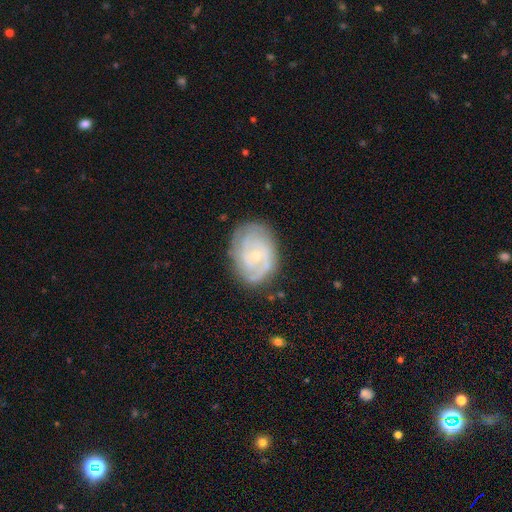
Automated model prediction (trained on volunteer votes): Smooth or featured?
  - featured or disk: 81% *
  - smooth: 13%
  - star or artifact: 6%
Edge-on disk?
  - no: 97% *
  - yes: 3%
Bar?
  - no: 74% *
  - weak: 23%
  - strong: 4%
Spiral arms?
  - yes: 93% *
  - no: 7%
Spiral winding?
  - tight: 66% *
  - medium: 27%
  - loose: 7%
Spiral arm count?
  - 2: 34% *
  - can't tell: 32%
  - 3: 18%
  - 1: 6%
  - 4: 6%
  - more than 4: 4%
Bulge size?
  - small: 68% *
  - moderate: 29%
  - large: 1%
  - none: 1%
  - dominant: 1%
Merging?
  - none: 76% *
  - minor disturbance: 17%
  - major disturbance: 5%
  - merger: 1%